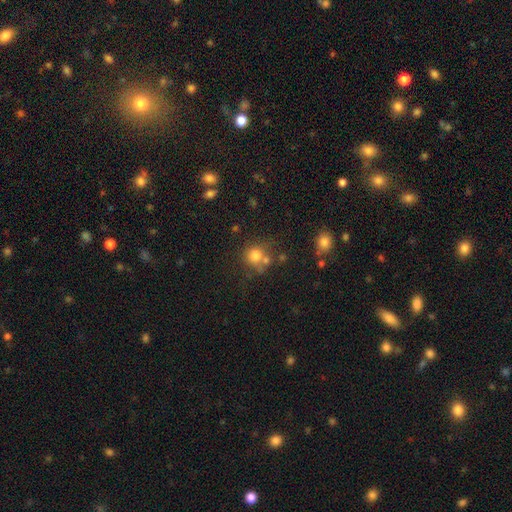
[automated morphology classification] Smooth or featured? Predicted: smooth (p=0.77). How rounded? Predicted: round (p=0.87). Merging? Predicted: none (p=0.57).